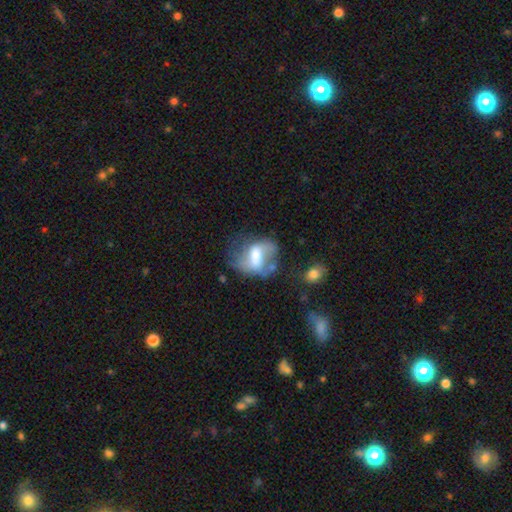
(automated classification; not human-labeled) This is possibly a featured or disk galaxy (57%). It is clearly not viewed edge-on (96%). Bar: marginally weak (43%). Spiral arm pattern: likely yes (62%). Central bulge: marginally moderate (43%). Merging: marginally none (39%).